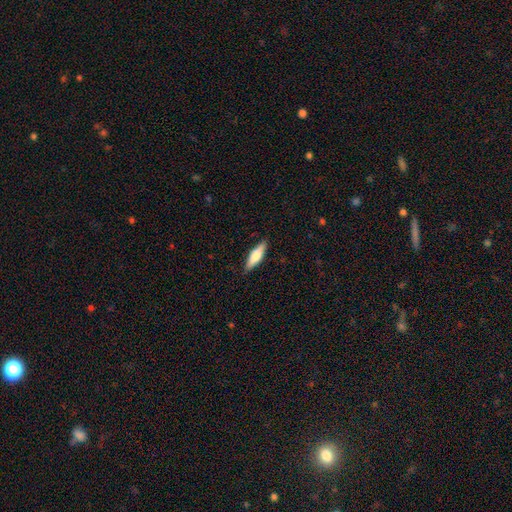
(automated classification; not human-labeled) The model was most divided on "how rounded": cigar-shaped: 60%, in between: 38%, round: 2%. More confident: merging — none (88%); smooth or featured — smooth (65%).